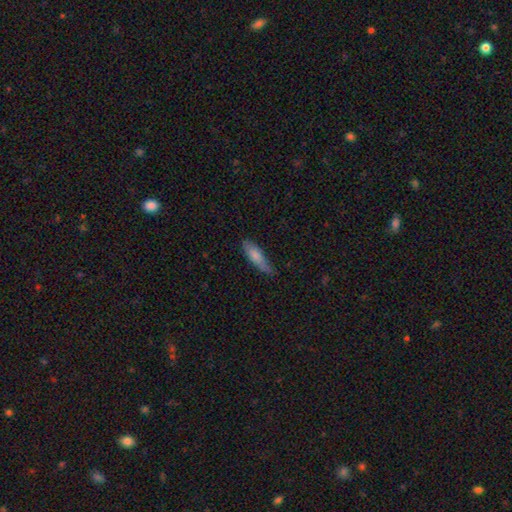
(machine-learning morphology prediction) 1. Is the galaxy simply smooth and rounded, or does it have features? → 79% smooth, 15% featured or disk, 6% star or artifact.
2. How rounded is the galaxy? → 50% in between, 48% cigar-shaped, 2% round.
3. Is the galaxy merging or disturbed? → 57% none, 34% minor disturbance, 6% major disturbance, 2% merger.